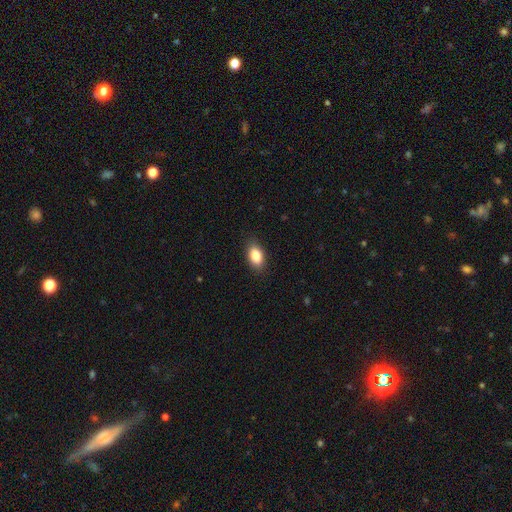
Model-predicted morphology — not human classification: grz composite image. It shows a smooth galaxy with no disk features (85%) that is in between round and cigar-shaped (89%). Merging: none (87%).